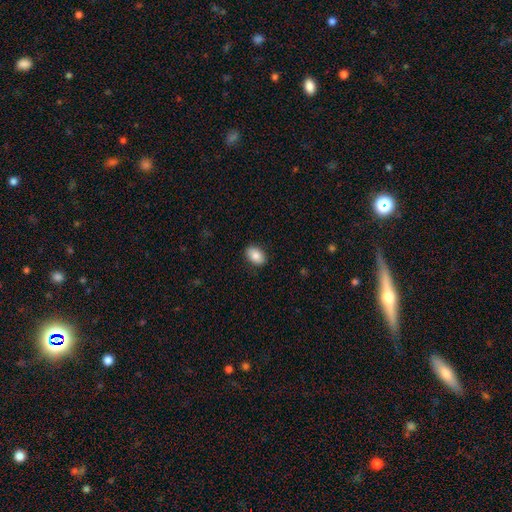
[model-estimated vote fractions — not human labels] smooth_or_featured: smooth (p=0.86) [alt: star or artifact p=0.07]
how_rounded: in between (p=0.85) [alt: round p=0.13]
merging: none (p=0.88) [alt: minor disturbance p=0.09]